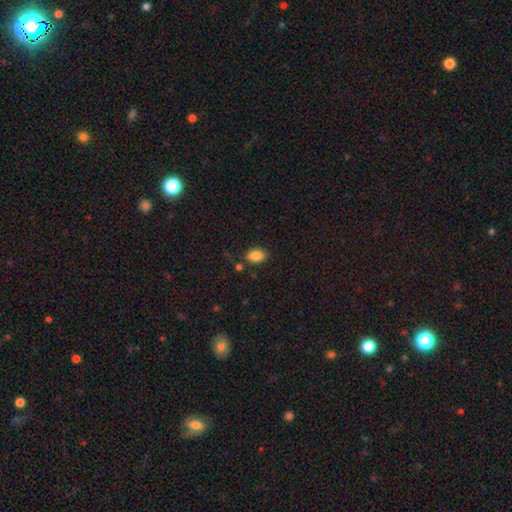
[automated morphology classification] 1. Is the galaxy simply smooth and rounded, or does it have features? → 87% smooth, 9% star or artifact, 5% featured or disk.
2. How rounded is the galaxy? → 86% in between, 12% round, 1% cigar-shaped.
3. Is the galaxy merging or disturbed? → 78% none, 13% minor disturbance, 5% merger, 4% major disturbance.